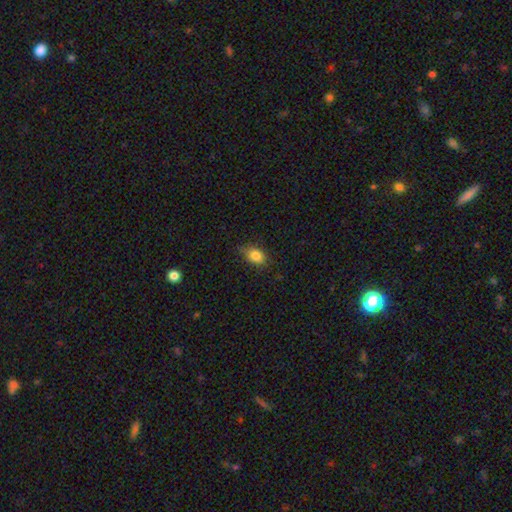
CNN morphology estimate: smooth_or_featured: smooth (p=0.84) [alt: star or artifact p=0.09]
how_rounded: in between (p=0.74) [alt: round p=0.23]
merging: none (p=0.69) [alt: minor disturbance p=0.25]